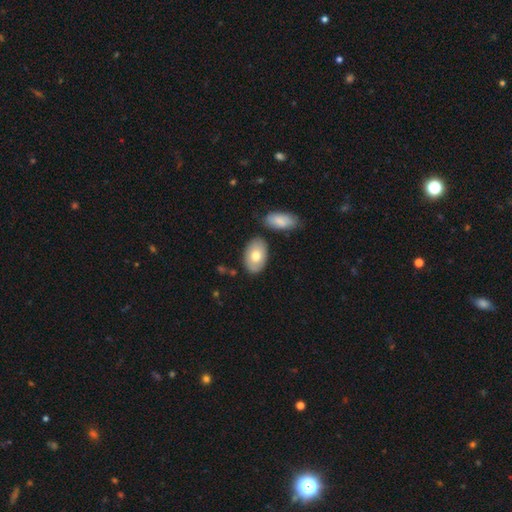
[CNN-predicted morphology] smooth-or-featured: smooth: 73% | featured or disk: 22% | star or artifact: 6%
  how-rounded: in between: 92% | round: 7% | cigar-shaped: 1%
  merging: none: 75% | minor disturbance: 13% | merger: 9% | major disturbance: 3%